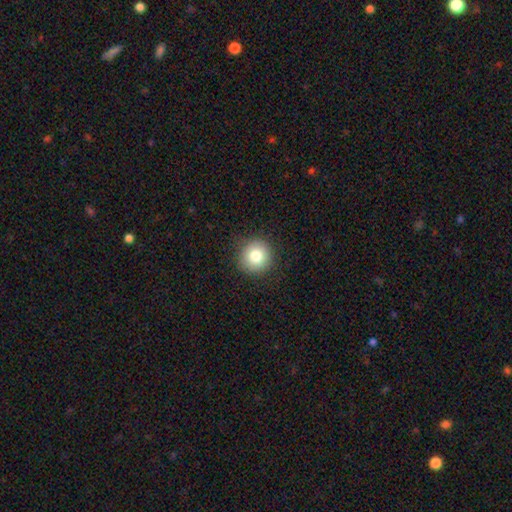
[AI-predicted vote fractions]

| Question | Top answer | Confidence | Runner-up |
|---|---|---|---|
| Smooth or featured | smooth | 81% | star or artifact (10%) |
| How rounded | round | 93% | in between (6%) |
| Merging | none | 89% | minor disturbance (8%) |